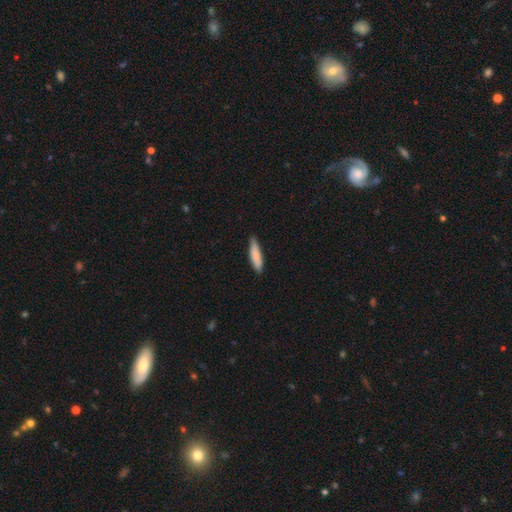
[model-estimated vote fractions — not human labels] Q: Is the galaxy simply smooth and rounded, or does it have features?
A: smooth — 84%.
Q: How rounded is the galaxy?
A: cigar-shaped — 74%.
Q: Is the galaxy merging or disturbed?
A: none — 79%.